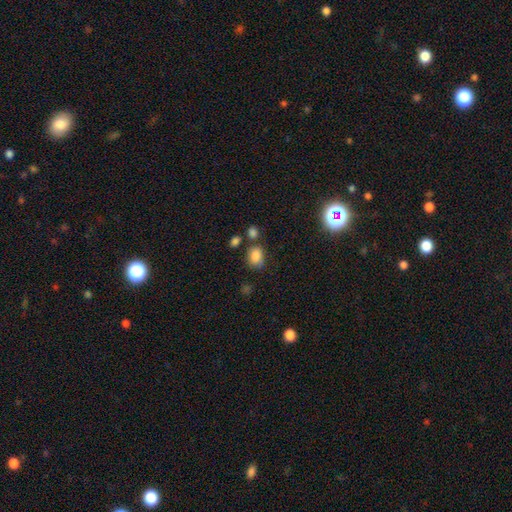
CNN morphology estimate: The model was most divided on "how rounded": in between: 66%, round: 33%, cigar-shaped: 1%. More confident: smooth or featured — smooth (83%); merging — none (63%).